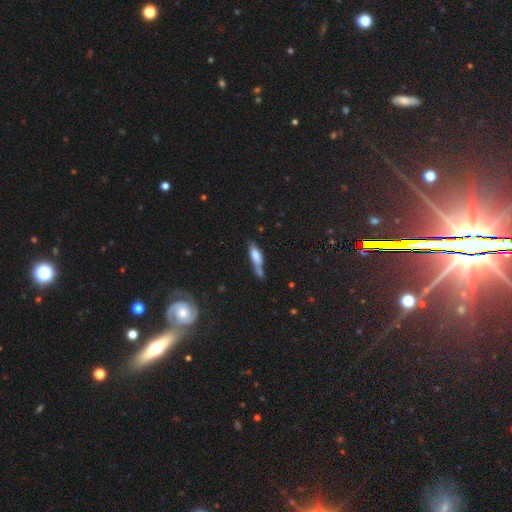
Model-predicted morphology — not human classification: The model was most divided on "how rounded": in between: 49%, cigar-shaped: 48%, round: 3%. Remaining: smooth or featured — smooth (62%); merging — none (41%).